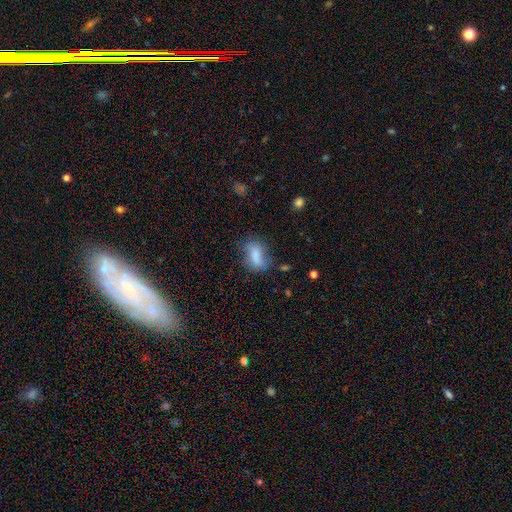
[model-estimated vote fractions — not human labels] smooth-or-featured: smooth: 77% | featured or disk: 14% | star or artifact: 9%
  how-rounded: in between: 81% | round: 10% | cigar-shaped: 9%
  merging: none: 56% | minor disturbance: 27% | major disturbance: 13% | merger: 5%